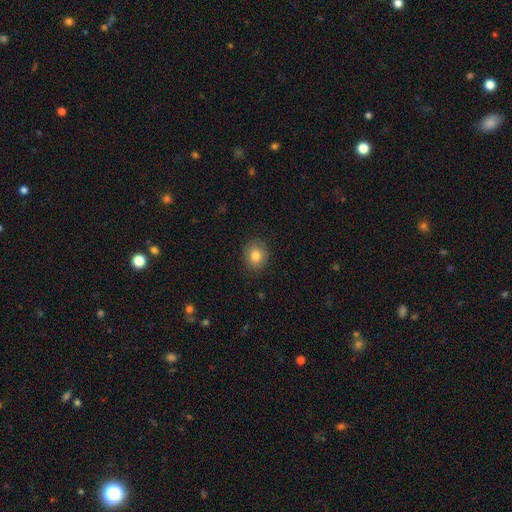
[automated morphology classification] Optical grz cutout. It shows a smooth galaxy with no disk features (81%) that is round (73%). Merging: none (88%).